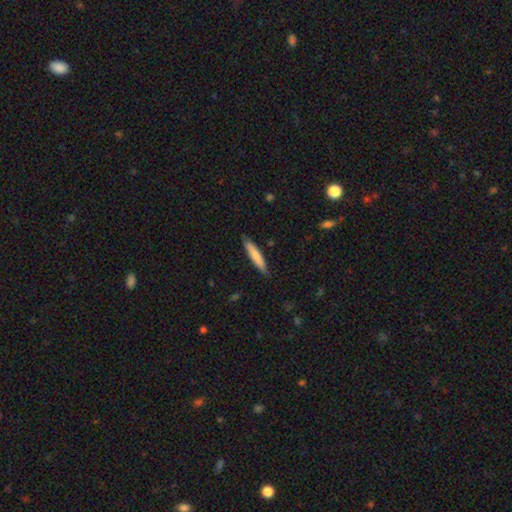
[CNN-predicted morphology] Q: Smooth or featured?
A: smooth (76%); runner-up: featured or disk (18%)
Q: How rounded?
A: cigar-shaped (90%); runner-up: in between (9%)
Q: Merging?
A: none (85%); runner-up: minor disturbance (12%)